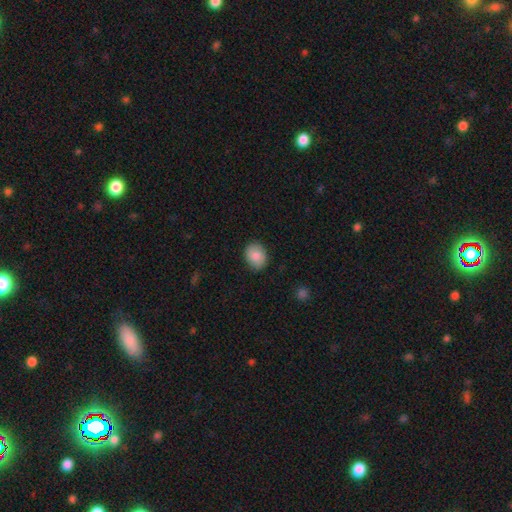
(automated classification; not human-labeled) Overall: smooth (85%). How rounded: in between (53%; round 46%). Merging: none (86%).